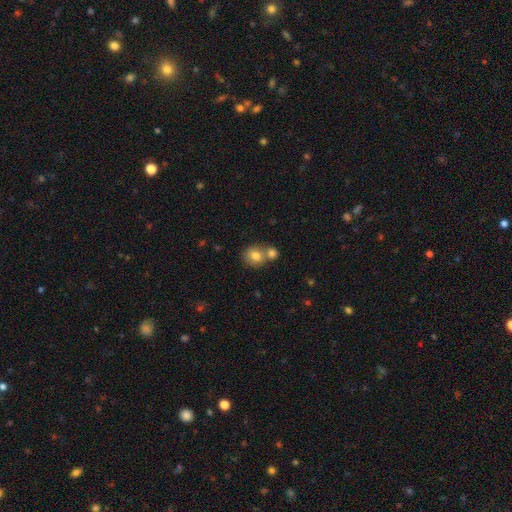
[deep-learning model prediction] Overall: smooth (78%). How rounded: round (74%). Merging: none (46%; merger 43%).